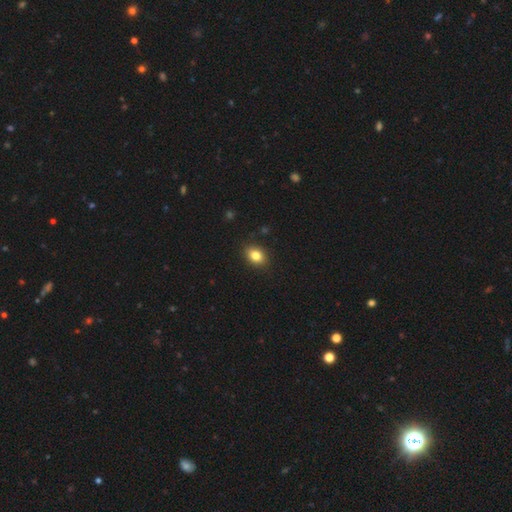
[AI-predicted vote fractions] smooth_or_featured: smooth (p=0.83) [alt: star or artifact p=0.09]
how_rounded: in between (p=0.71) [alt: round p=0.28]
merging: none (p=0.88) [alt: minor disturbance p=0.09]